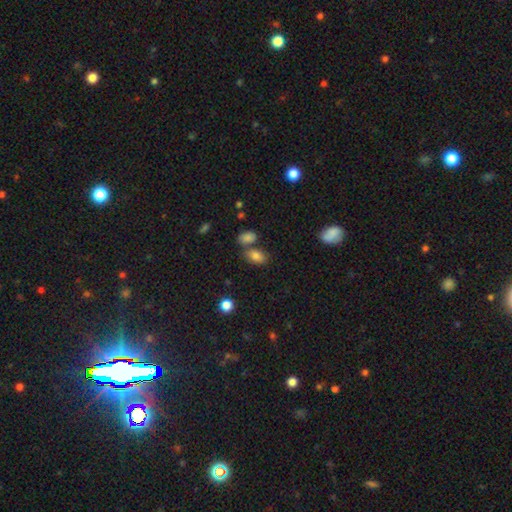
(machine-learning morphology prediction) Q: Smooth or featured?
A: smooth (81%); runner-up: star or artifact (11%)
Q: How rounded?
A: in between (88%); runner-up: round (10%)
Q: Merging?
A: none (61%); runner-up: merger (23%)